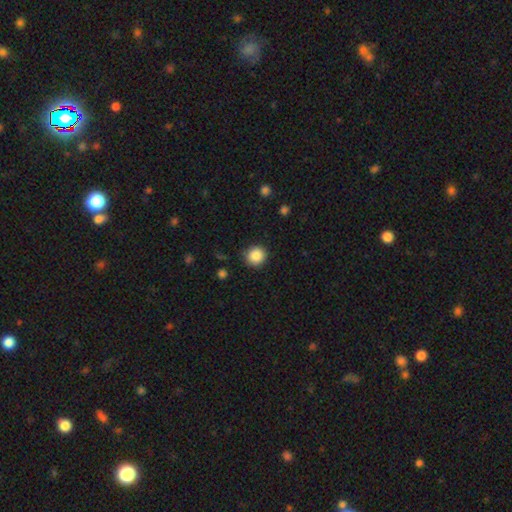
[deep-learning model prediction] A smooth galaxy with no disk features (86%) that is round (92%).

Vote fractions:
- Smooth or featured? smooth: 86% / star or artifact: 9% / featured or disk: 4%
- How rounded? round: 92% / in between: 7% / cigar-shaped: 1%
- Merging? none: 89% / minor disturbance: 8% / major disturbance: 2% / merger: 1%